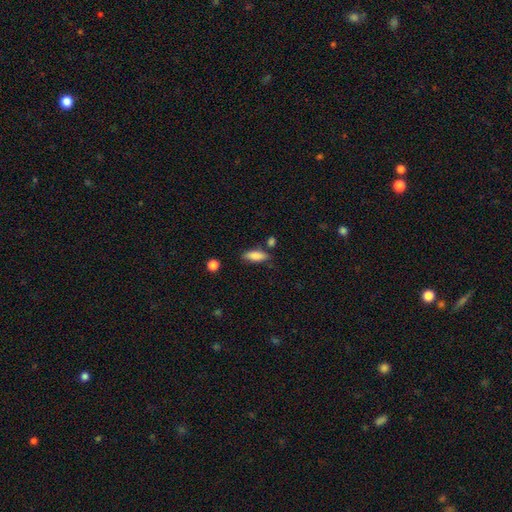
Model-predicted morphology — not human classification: Overall: smooth (85%). How rounded: in between (71%). Merging: none (75%).